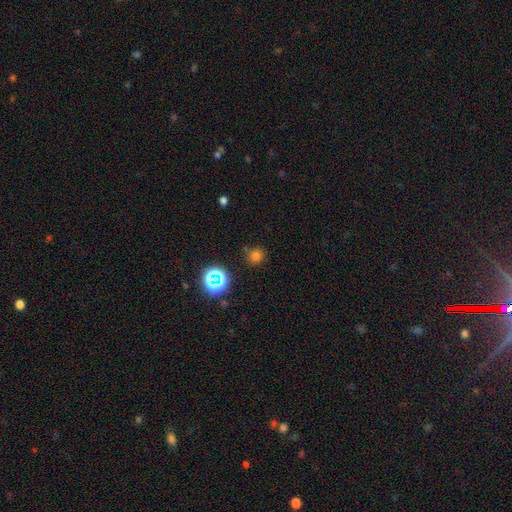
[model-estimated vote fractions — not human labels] Smooth or featured? Predicted: smooth (p=0.70). How rounded? Predicted: round (p=0.90). Merging? Predicted: none (p=0.80).